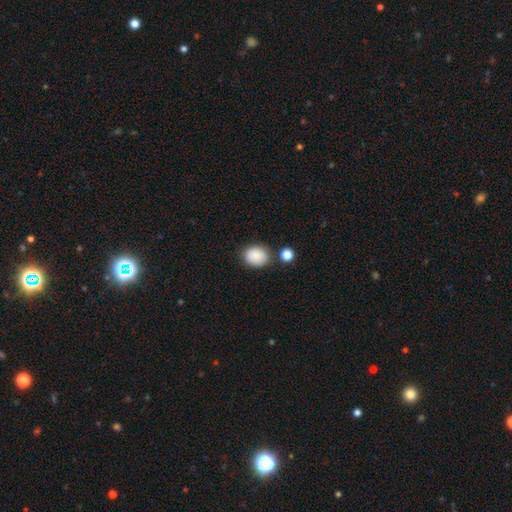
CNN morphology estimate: This is clearly a smooth galaxy (87%). How rounded: possibly round (52%). Merging: likely none (78%).